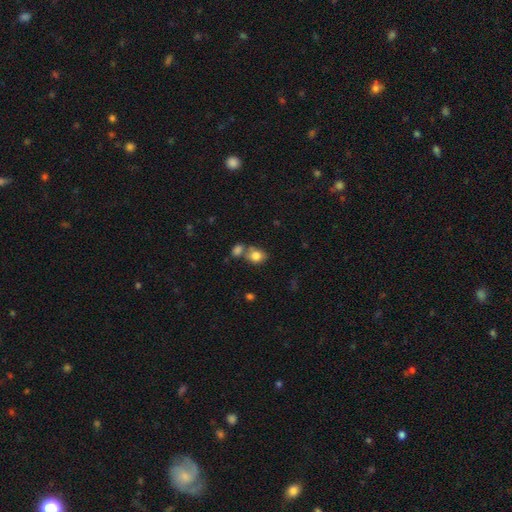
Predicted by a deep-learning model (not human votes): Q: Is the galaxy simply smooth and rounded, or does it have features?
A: smooth — 82%.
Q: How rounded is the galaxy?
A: in between — 53%.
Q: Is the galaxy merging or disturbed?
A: none — 45%.